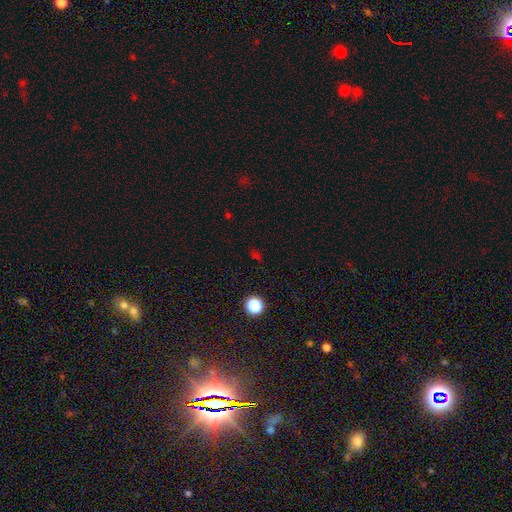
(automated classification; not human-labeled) Q: Smooth or featured?
A: star or artifact (57%); runner-up: smooth (36%)